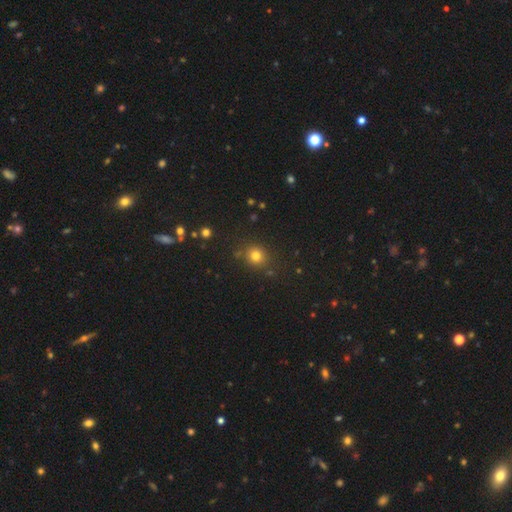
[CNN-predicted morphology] Smooth or featured? smooth (77%)
How rounded? round (83%)
Merging? none (82%)